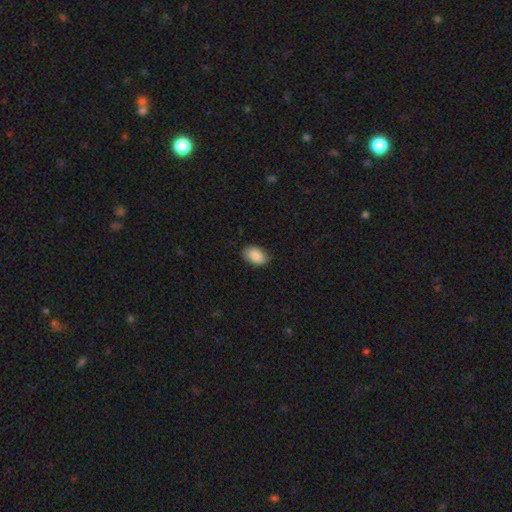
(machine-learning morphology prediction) smooth-or-featured: smooth: 89% | star or artifact: 7% | featured or disk: 5%
  how-rounded: in between: 91% | round: 8% | cigar-shaped: 1%
  merging: none: 85% | minor disturbance: 12% | major disturbance: 2% | merger: 1%